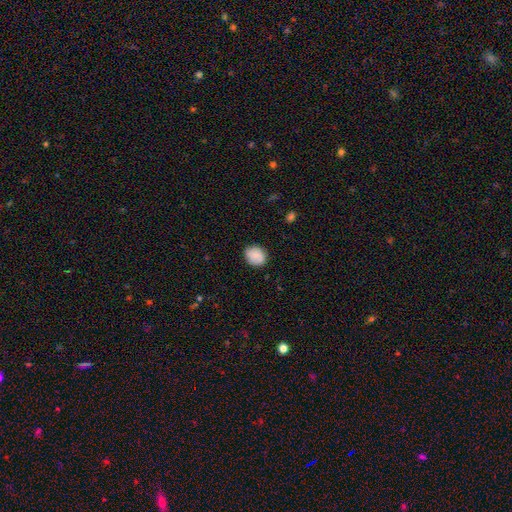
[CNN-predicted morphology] Smooth or featured? smooth (79%)
How rounded? round (67%)
Merging? none (83%)